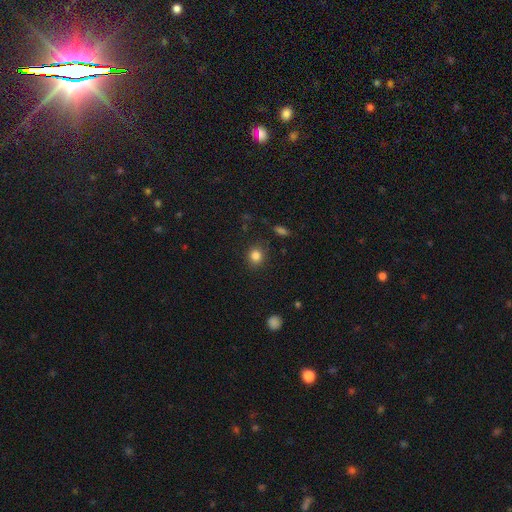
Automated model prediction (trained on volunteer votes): smooth 83%, star or artifact 11%, featured or disk 5%. Down the decision tree: how rounded — round (82%); merging — none (88%).